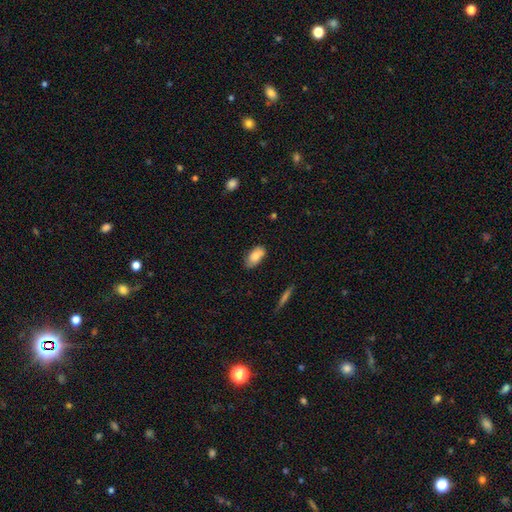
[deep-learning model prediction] This is clearly a smooth galaxy (82%). How rounded: clearly in between (93%). Merging: likely none (76%).